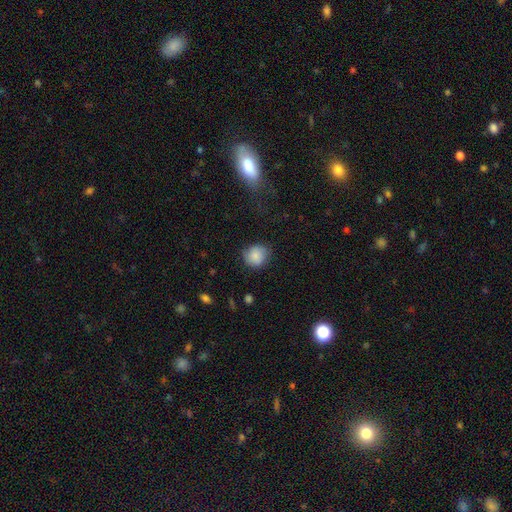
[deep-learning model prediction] smooth_or_featured: smooth (p=0.85) [alt: star or artifact p=0.08]
how_rounded: round (p=0.83) [alt: in between p=0.16]
merging: none (p=0.76) [alt: minor disturbance p=0.18]